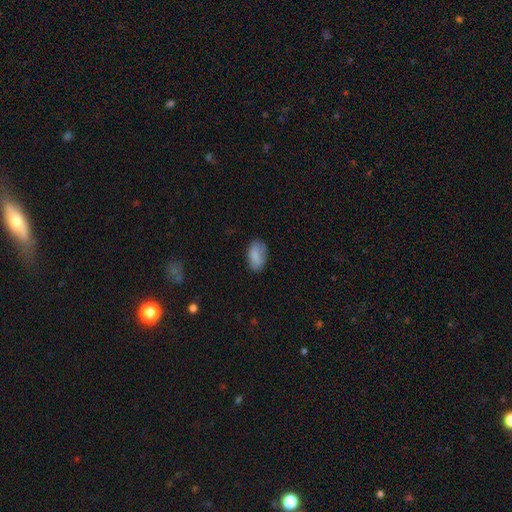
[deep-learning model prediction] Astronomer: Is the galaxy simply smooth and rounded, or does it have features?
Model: smooth — 82%.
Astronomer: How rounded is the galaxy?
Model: in between — 92%.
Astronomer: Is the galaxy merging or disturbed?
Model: none — 72%.